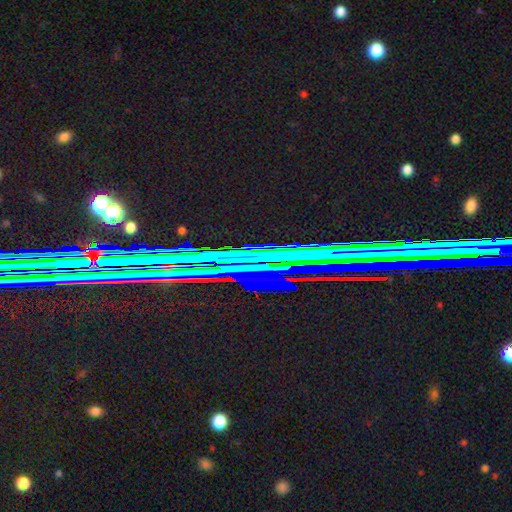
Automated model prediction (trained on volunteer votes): Q: Smooth or featured?
A: star or artifact (81%); runner-up: featured or disk (11%)